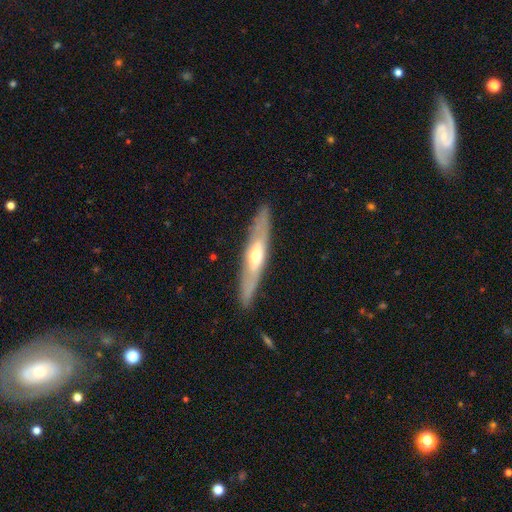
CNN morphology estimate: Smooth or featured: featured or disk — 60% (smooth — 35%)
Edge-on disk: yes — 75% (no — 25%)
Merging: none — 87% (minor disturbance — 9%)